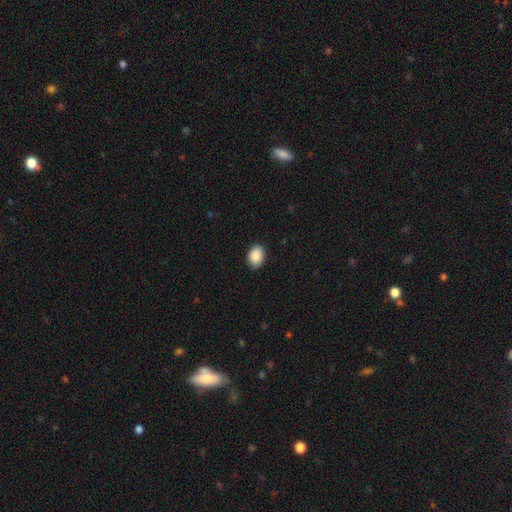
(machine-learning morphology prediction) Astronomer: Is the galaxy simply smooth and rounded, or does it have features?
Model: smooth — 90%.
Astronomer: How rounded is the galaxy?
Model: in between — 73%.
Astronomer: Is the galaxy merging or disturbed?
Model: none — 88%.